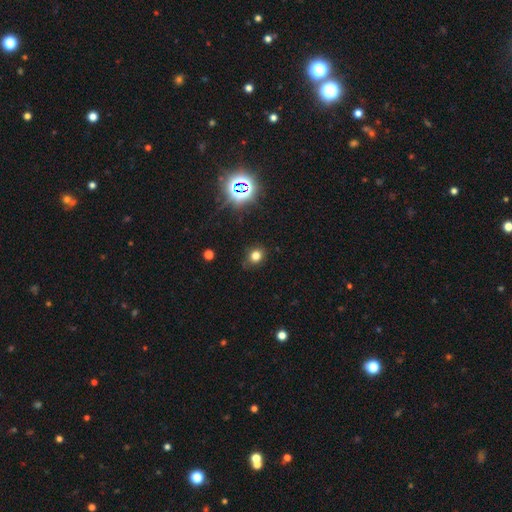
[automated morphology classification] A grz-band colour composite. It shows a smooth galaxy with no disk features (73%) that is round (71%). Merging: none (82%).